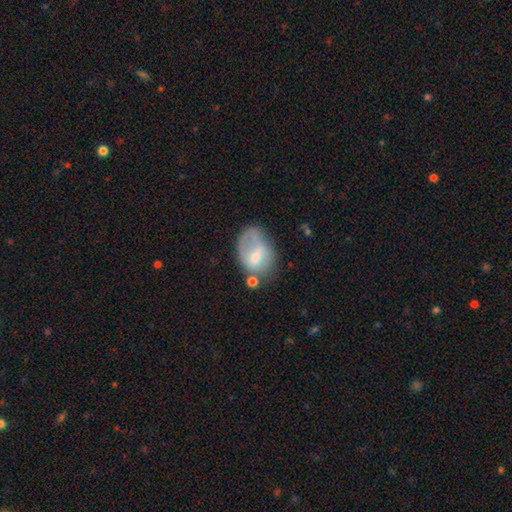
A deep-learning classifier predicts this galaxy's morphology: A smooth galaxy with no disk features (56%) that is in between round and cigar-shaped (81%). Merging: none (40%).